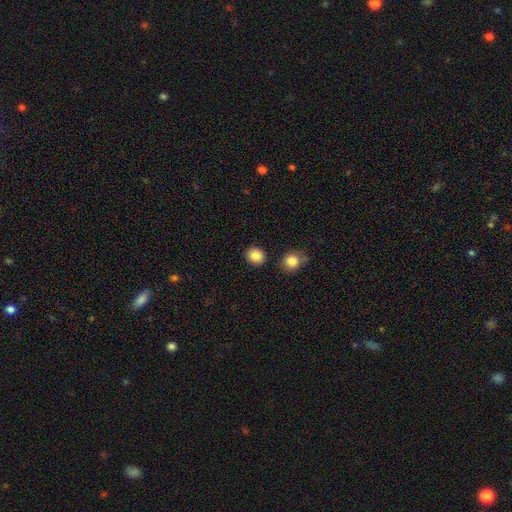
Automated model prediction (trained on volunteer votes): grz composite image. It shows a smooth galaxy with no disk features (86%) that is round (74%). Merging: none (86%).